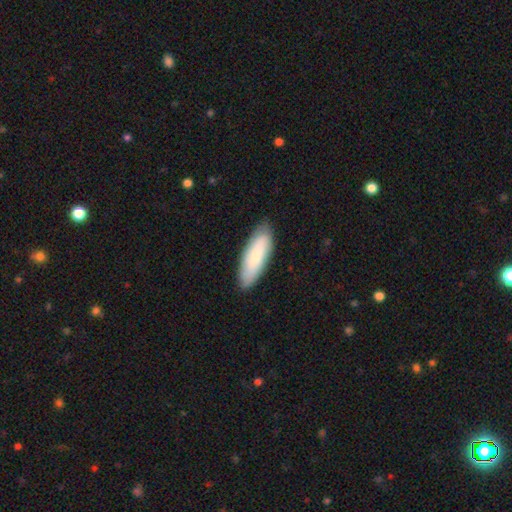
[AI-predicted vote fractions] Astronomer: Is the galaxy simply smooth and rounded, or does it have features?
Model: smooth — 73%.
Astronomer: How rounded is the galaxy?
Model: in between — 61% (runner-up: cigar-shaped, 37%).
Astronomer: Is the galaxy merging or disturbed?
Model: none — 83%.